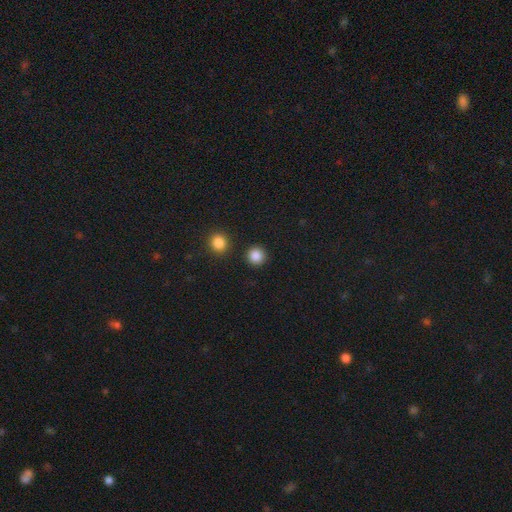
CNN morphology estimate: Smooth or featured? smooth (86%)
How rounded? round (94%)
Merging? none (90%)